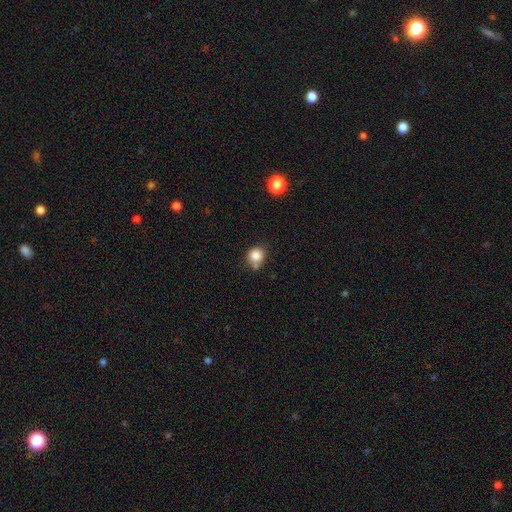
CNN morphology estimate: This is clearly a smooth galaxy (83%). How rounded: likely round (79%). Merging: possibly none (58%).